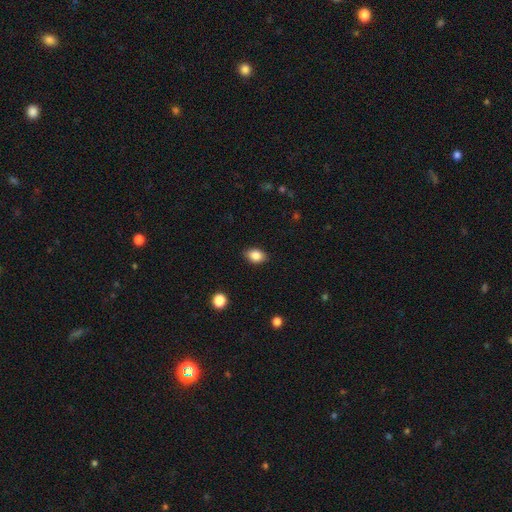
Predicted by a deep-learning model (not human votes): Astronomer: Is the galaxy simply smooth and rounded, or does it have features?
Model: smooth — 85%.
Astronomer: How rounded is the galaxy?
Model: in between — 80%.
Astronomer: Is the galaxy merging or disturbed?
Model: none — 86%.